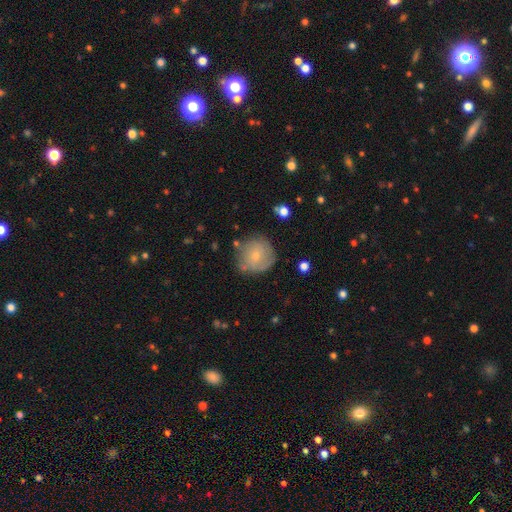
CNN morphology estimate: A smooth galaxy with no disk features (62%) that is round (91%). Merging: none (71%).